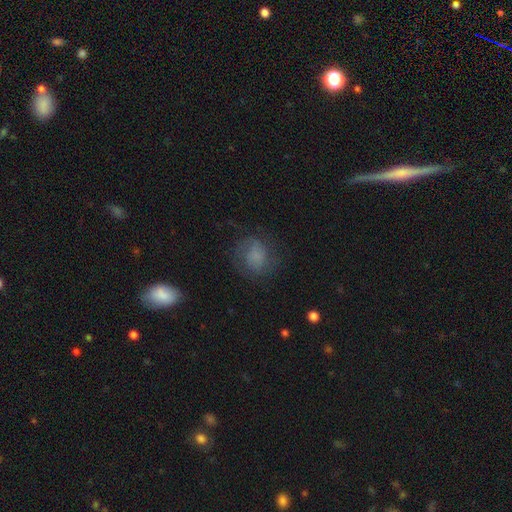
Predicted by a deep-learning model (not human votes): Morphology: type=smooth (55%); roundness=round (67%); merging=none (65%).